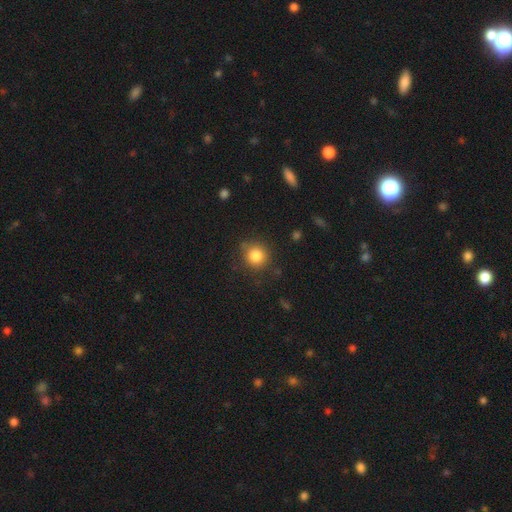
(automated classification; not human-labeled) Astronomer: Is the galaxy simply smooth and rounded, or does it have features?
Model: smooth — 83%.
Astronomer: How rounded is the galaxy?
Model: round — 91%.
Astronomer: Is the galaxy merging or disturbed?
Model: none — 82%.